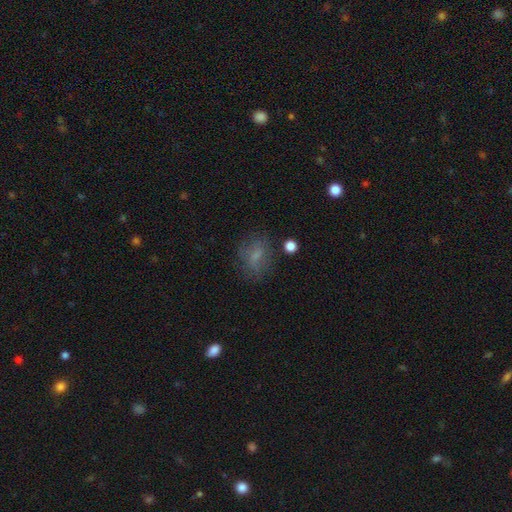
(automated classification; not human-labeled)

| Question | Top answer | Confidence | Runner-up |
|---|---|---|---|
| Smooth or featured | smooth | 64% | featured or disk (21%) |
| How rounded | in between | 62% | round (35%) |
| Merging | none | 67% | minor disturbance (18%) |